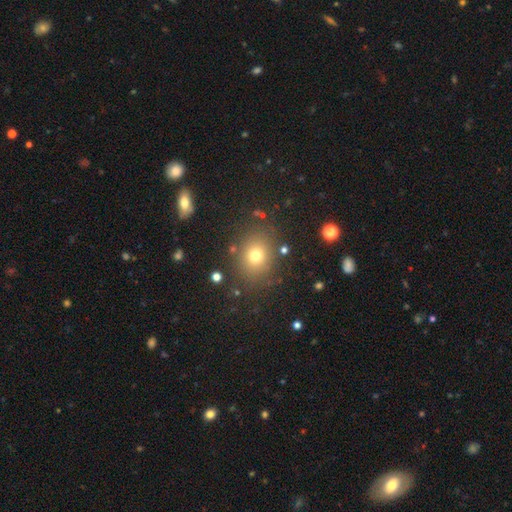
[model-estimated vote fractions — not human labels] Overall: smooth (72%). How rounded: round (66%; in between 33%). Merging: none (83%).